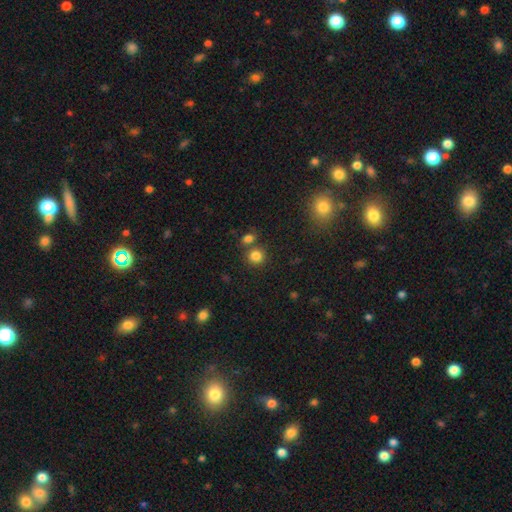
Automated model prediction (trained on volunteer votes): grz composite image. It shows a smooth galaxy with no disk features (82%) that is round (86%). Merging: none (70%).